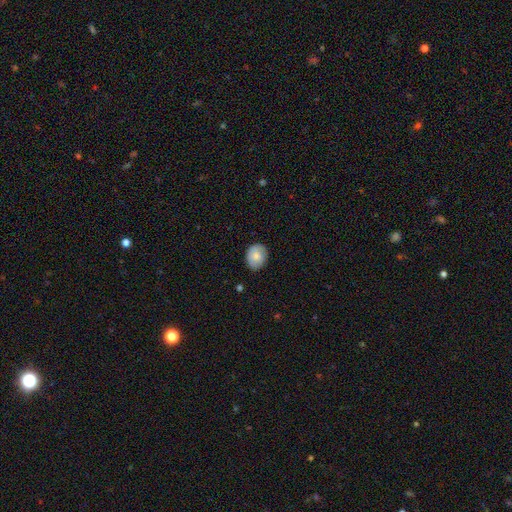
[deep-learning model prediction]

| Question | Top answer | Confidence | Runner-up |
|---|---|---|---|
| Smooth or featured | smooth | 76% | featured or disk (17%) |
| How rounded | in between | 51% | round (48%) |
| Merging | none | 80% | minor disturbance (16%) |